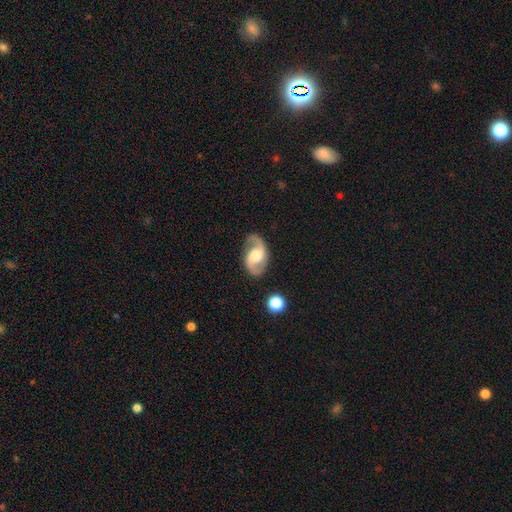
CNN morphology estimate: type=featured or disk (89%); edge-on=no (98%); bar=weak (44%); spiral arms=yes (97%); winding=medium (50%); arm count=2 (94%); bulge=moderate (57%); merging=none (84%).